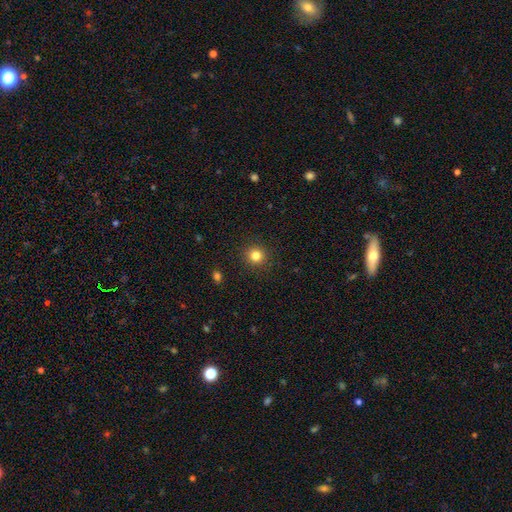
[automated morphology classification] smooth 82%, star or artifact 13%, featured or disk 5%. Down the decision tree: how rounded — round (93%); merging — none (92%).